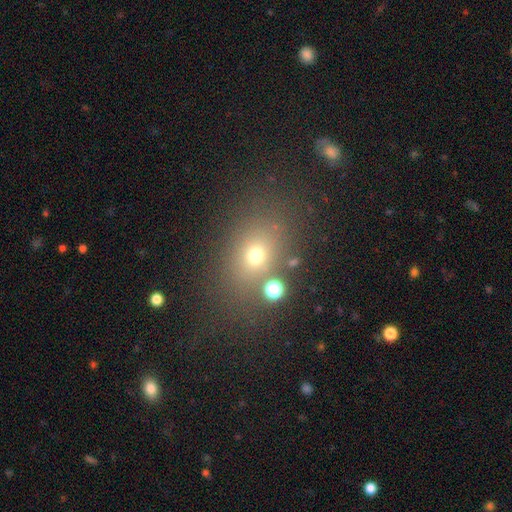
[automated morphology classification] Overall: smooth (64%). How rounded: in between (58%; round 41%). Merging: none (74%).